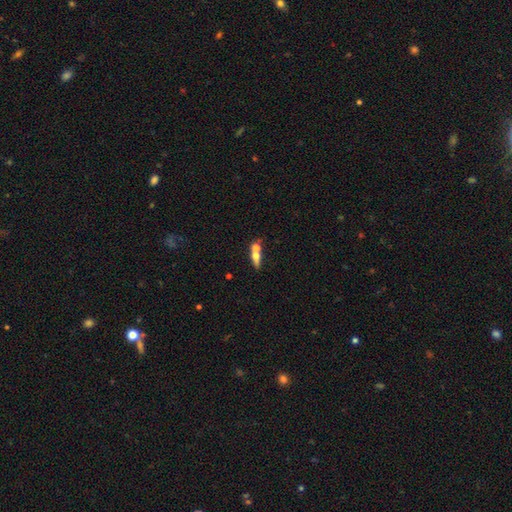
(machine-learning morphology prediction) Smooth or featured? smooth (55%)
How rounded? in between (48%)
Merging? merger (48%)